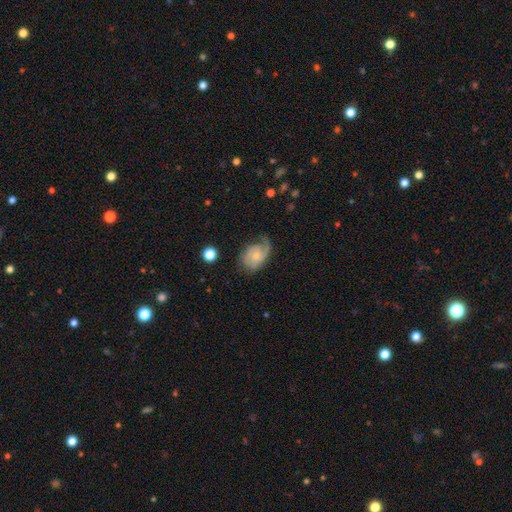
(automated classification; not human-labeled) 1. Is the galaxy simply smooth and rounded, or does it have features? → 70% featured or disk, 23% smooth, 6% star or artifact.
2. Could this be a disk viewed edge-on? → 97% no, 3% yes.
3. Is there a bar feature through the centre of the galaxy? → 69% no, 28% weak, 3% strong.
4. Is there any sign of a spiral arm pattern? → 92% yes, 8% no.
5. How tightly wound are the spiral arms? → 43% medium, 34% tight, 23% loose.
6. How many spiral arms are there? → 47% 2, 31% 1, 13% can't tell, 5% 3, 2% 4, 2% more than 4.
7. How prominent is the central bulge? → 53% small, 29% moderate, 14% none, 3% large, 1% dominant.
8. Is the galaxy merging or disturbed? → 51% none, 27% minor disturbance, 19% major disturbance, 2% merger.